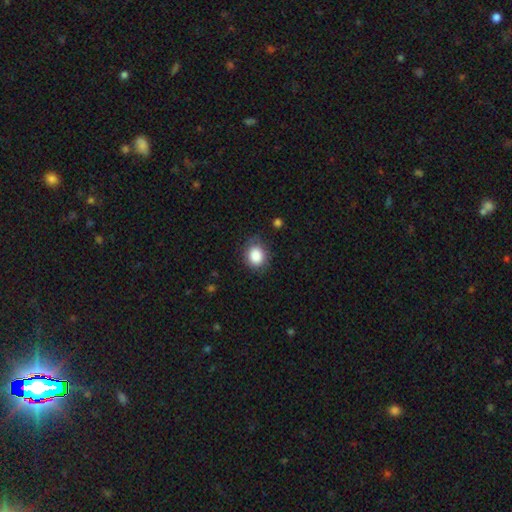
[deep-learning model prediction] Smooth or featured?
  - smooth: 86% *
  - star or artifact: 8%
  - featured or disk: 6%
How rounded?
  - round: 64% *
  - in between: 35%
  - cigar-shaped: 1%
Merging?
  - none: 78% *
  - minor disturbance: 16%
  - major disturbance: 4%
  - merger: 1%